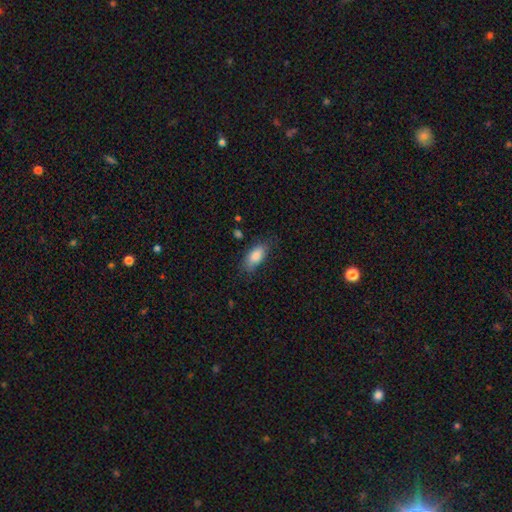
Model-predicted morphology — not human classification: Smooth or featured?
  - smooth: 83% *
  - featured or disk: 10%
  - star or artifact: 7%
How rounded?
  - in between: 88% *
  - cigar-shaped: 9%
  - round: 3%
Merging?
  - none: 70% *
  - minor disturbance: 22%
  - major disturbance: 6%
  - merger: 2%